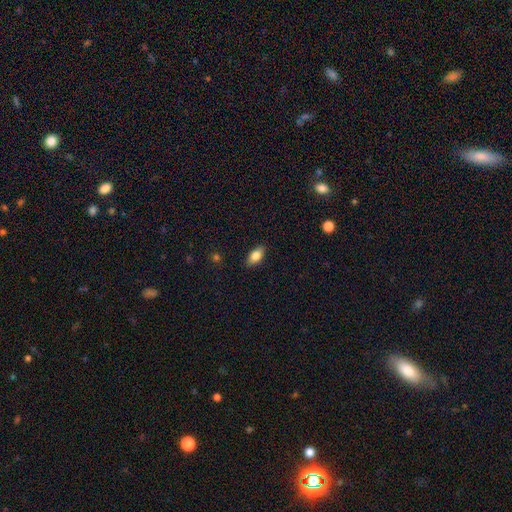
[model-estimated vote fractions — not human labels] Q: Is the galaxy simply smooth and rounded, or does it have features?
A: smooth — 81%.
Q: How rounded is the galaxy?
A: in between — 89%.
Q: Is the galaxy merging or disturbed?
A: none — 87%.